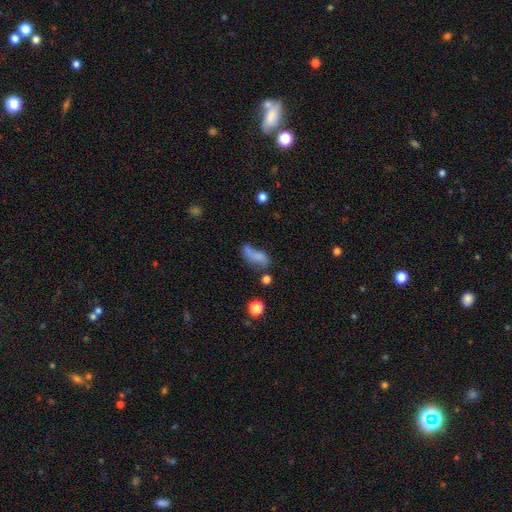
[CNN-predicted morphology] smooth_or_featured: smooth (p=0.59) [alt: featured or disk p=0.27]
how_rounded: in between (p=0.74) [alt: cigar-shaped p=0.18]
merging: none (p=0.31) [tied with: merger p=0.31]